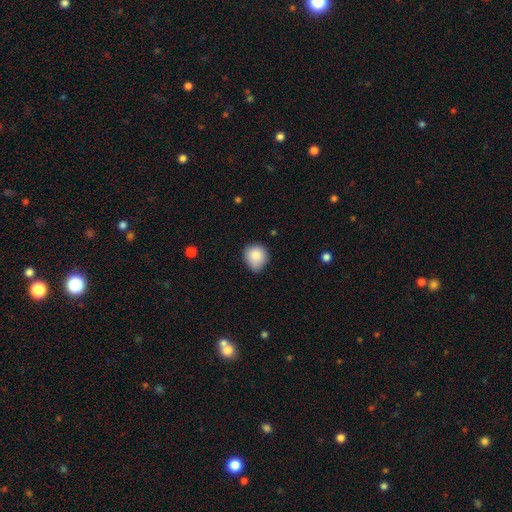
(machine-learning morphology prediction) This is clearly a smooth galaxy (85%). How rounded: clearly round (81%). Merging: likely none (65%).